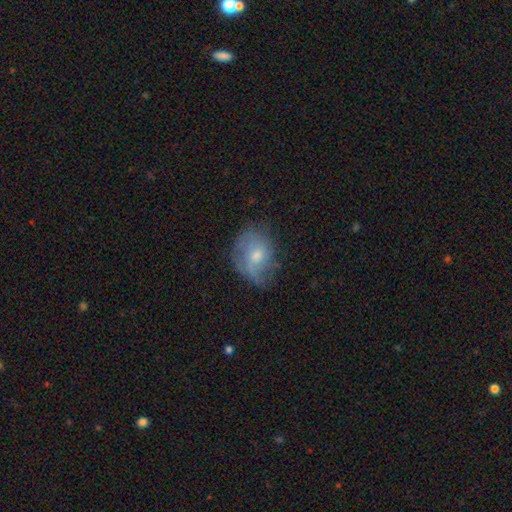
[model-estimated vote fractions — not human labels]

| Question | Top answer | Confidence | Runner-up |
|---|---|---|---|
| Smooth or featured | smooth | 48% | featured or disk (43%) |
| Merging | none | 52% | minor disturbance (30%) |